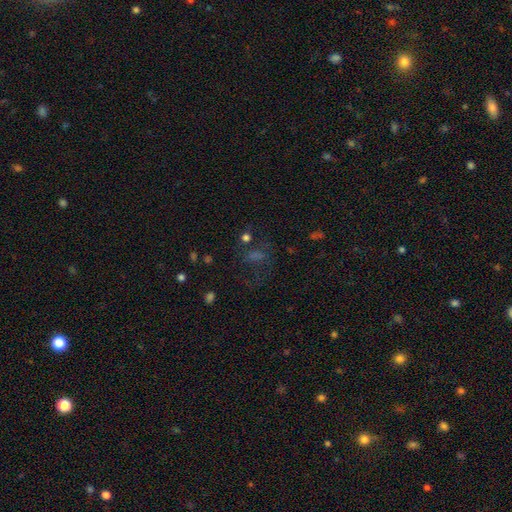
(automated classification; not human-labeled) This is marginally a star or artifact rather than a galaxy (41%).